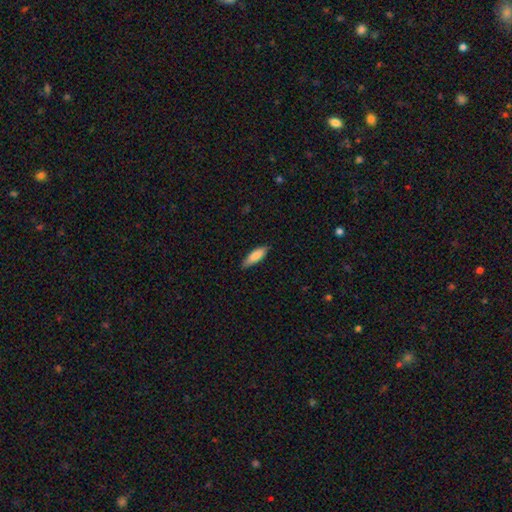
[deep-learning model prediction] smooth-or-featured: smooth: 84% | featured or disk: 10% | star or artifact: 6%
  how-rounded: in between: 50% | cigar-shaped: 49% | round: 2%
  merging: none: 83% | minor disturbance: 14% | major disturbance: 2% | merger: 1%